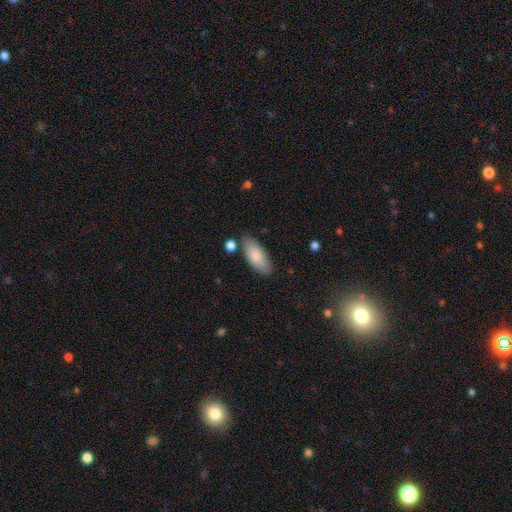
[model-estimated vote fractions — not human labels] This appears to be a smooth galaxy with no disk features (85%) that is in between round and cigar-shaped (83%). Merging: none (79%).